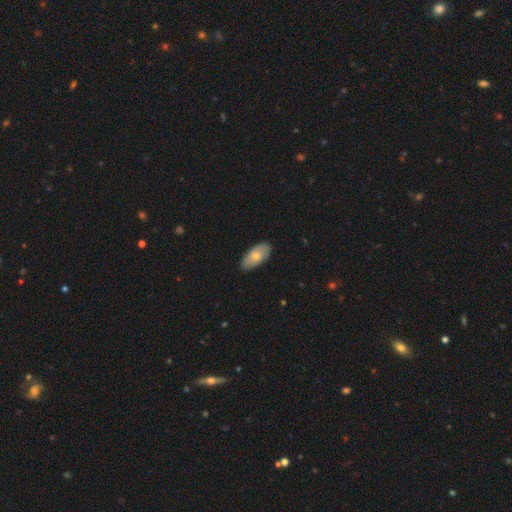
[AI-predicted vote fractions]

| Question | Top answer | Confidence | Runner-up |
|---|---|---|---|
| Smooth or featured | smooth | 69% | featured or disk (26%) |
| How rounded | in between | 92% | cigar-shaped (5%) |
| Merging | none | 82% | minor disturbance (14%) |